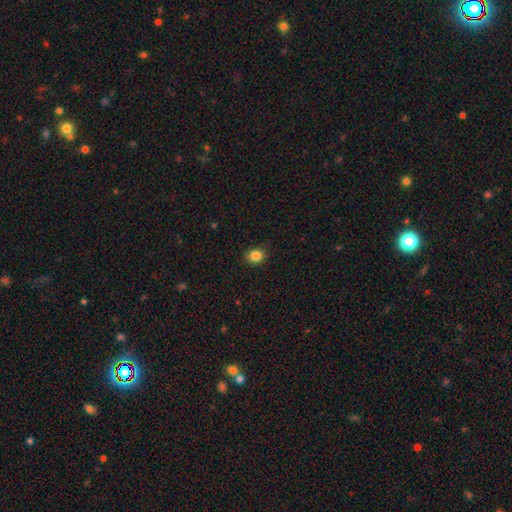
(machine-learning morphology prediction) A smooth galaxy with no disk features (86%) that is round (69%).

Vote fractions:
- Smooth or featured? smooth: 86% / star or artifact: 11% / featured or disk: 4%
- How rounded? round: 69% / in between: 30% / cigar-shaped: 1%
- Merging? none: 88% / minor disturbance: 9% / major disturbance: 2% / merger: 1%